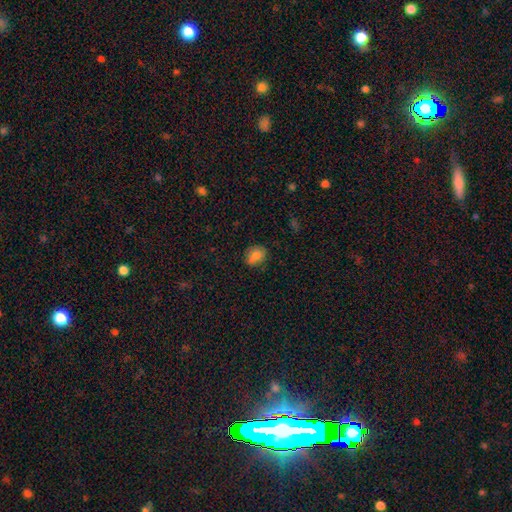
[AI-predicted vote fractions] Q: Smooth or featured?
A: smooth (83%); runner-up: star or artifact (9%)
Q: How rounded?
A: round (50%); runner-up: in between (49%)
Q: Merging?
A: none (83%); runner-up: minor disturbance (13%)